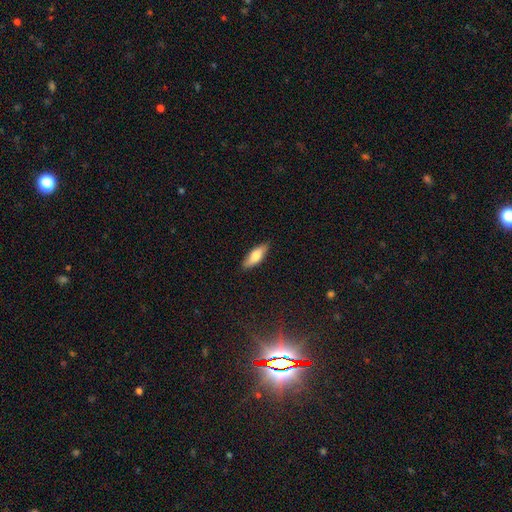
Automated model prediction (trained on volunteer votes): Smooth or featured? smooth (75%)
How rounded? in between (59%)
Merging? none (87%)